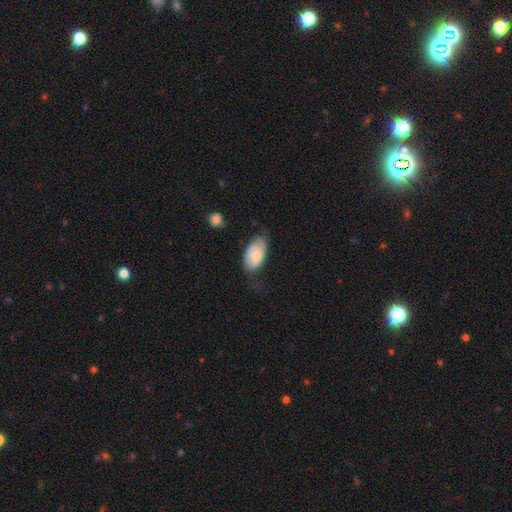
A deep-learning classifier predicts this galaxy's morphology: A smooth galaxy with no disk features (69%) that is in between round and cigar-shaped (94%). Merging: none (48%).